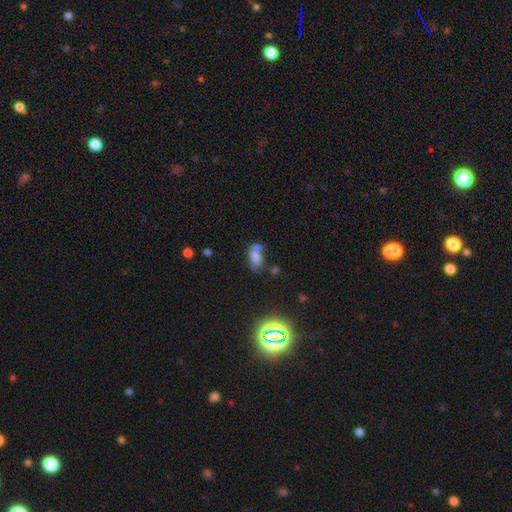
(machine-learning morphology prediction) type=smooth (64%); roundness=in between (82%); merging=merger (46%).